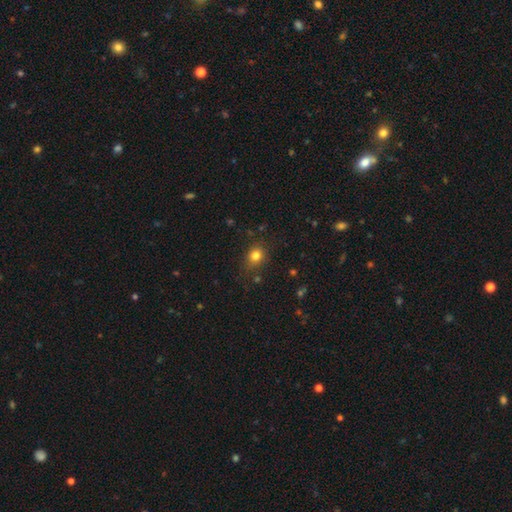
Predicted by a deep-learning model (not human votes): smooth_or_featured: smooth (p=0.80) [alt: star or artifact p=0.14]
how_rounded: round (p=0.66) [alt: in between p=0.33]
merging: none (p=0.77) [alt: minor disturbance p=0.16]